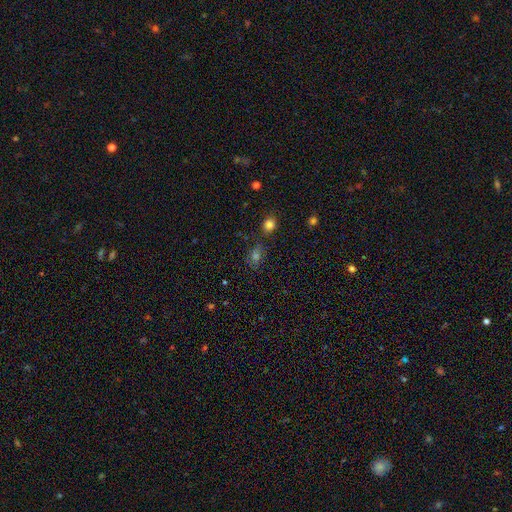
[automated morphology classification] The model was most divided on "how rounded": in between: 54%, round: 44%, cigar-shaped: 2%. More confident: merging — none (70%); smooth or featured — smooth (56%).